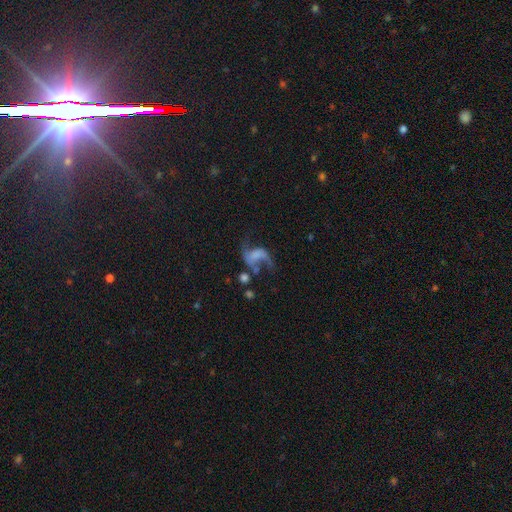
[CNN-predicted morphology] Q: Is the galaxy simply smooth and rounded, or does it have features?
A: featured or disk — 69%.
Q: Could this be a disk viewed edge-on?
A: no — 98%.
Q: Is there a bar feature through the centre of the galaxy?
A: no — 55%.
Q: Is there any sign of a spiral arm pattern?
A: yes — 84%.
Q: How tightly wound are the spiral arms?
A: loose — 81%.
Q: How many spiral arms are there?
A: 2 — 81%.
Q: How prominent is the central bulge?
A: none — 63%.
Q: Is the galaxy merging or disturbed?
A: none — 36%.